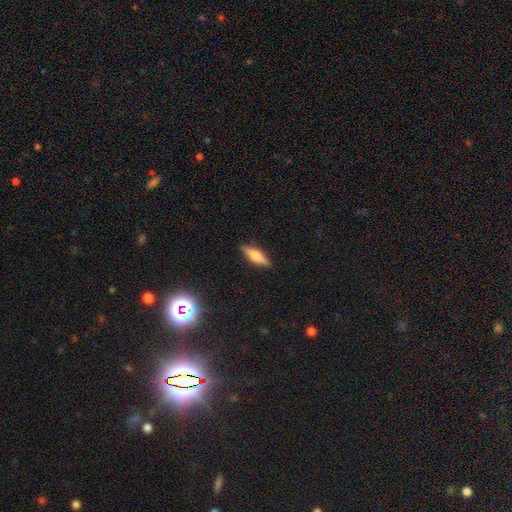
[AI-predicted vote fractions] featured or disk 50%, smooth 43%, star or artifact 8%. Down the decision tree: merging — none (88%).